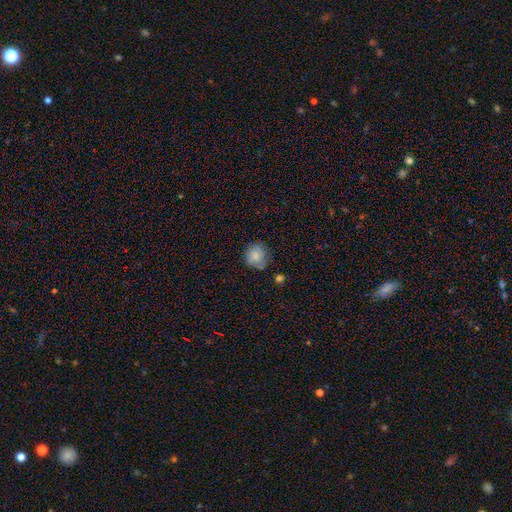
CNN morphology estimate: A smooth galaxy with no disk features (79%) that is round (84%). Merging: none (69%).